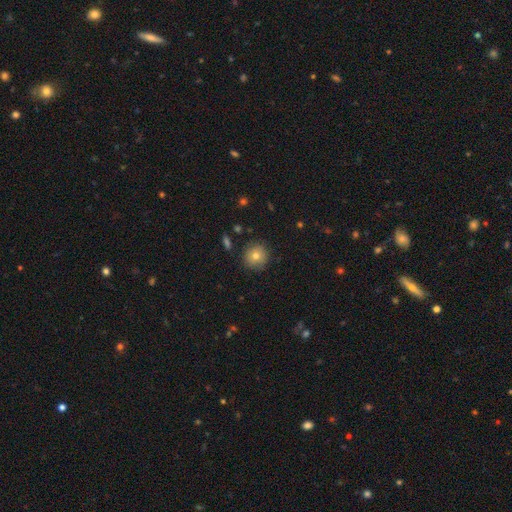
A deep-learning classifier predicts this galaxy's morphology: Smooth or featured?
  - smooth: 77% *
  - featured or disk: 12%
  - star or artifact: 11%
How rounded?
  - round: 92% *
  - in between: 7%
  - cigar-shaped: 1%
Merging?
  - none: 87% *
  - minor disturbance: 9%
  - major disturbance: 2%
  - merger: 1%